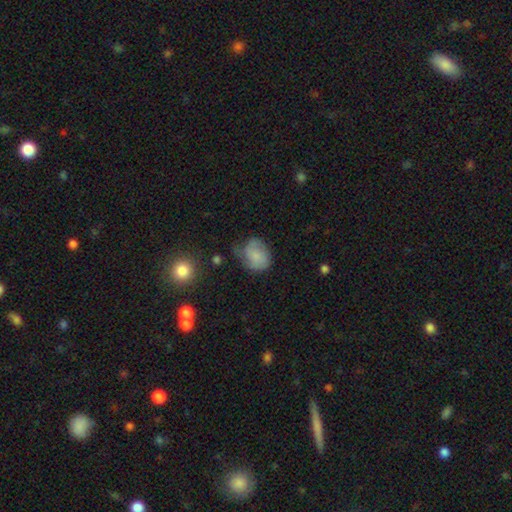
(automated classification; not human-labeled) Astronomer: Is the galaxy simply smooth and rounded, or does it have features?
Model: smooth — 67%.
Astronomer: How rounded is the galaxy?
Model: in between — 53% (runner-up: round, 46%).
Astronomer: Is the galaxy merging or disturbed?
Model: none — 43% (runner-up: minor disturbance, 35%).